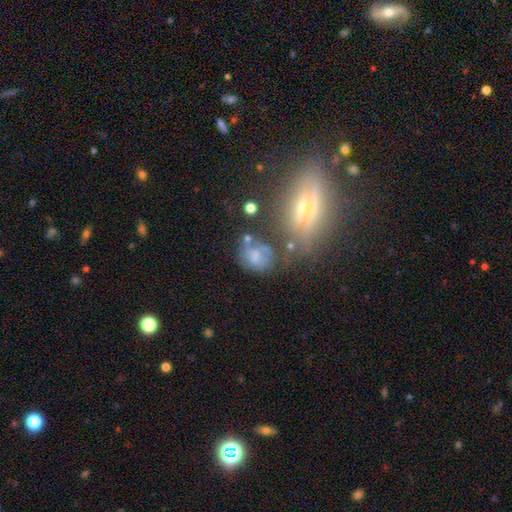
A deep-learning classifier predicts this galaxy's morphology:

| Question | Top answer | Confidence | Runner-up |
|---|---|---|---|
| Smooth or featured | smooth | 47% | featured or disk (39%) |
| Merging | none | 37% | major disturbance (24%) |